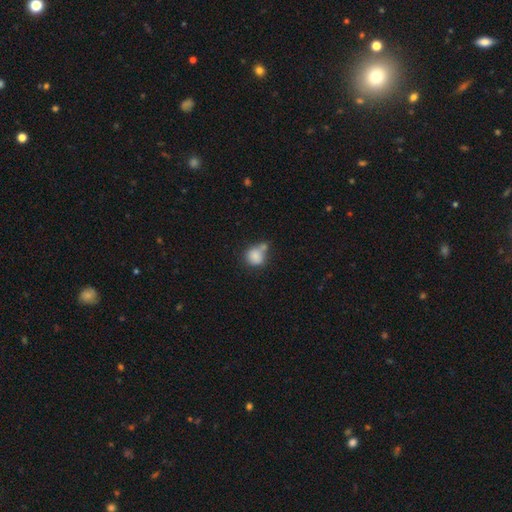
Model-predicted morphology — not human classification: This appears to be a smooth galaxy with no disk features (82%) that is round (74%). Merging: none (41%).